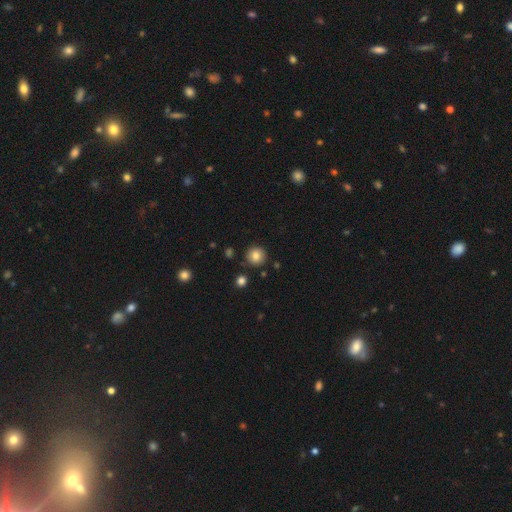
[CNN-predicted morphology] Smooth or featured? Predicted: smooth (p=0.83). How rounded? Predicted: round (p=0.93). Merging? Predicted: none (p=0.88).